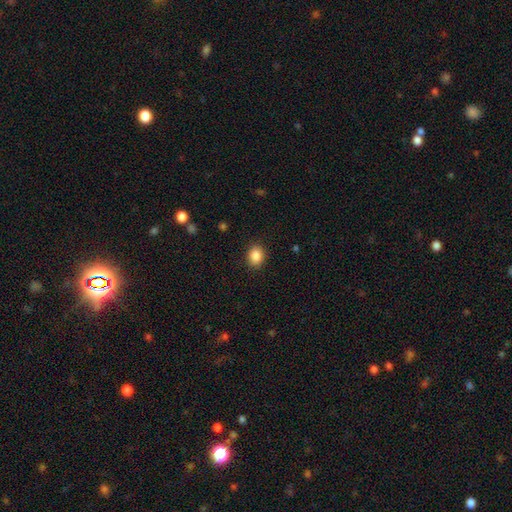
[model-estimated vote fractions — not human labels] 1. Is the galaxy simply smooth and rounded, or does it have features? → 88% smooth, 9% star or artifact, 3% featured or disk.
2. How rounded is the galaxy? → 50% round, 49% in between, 1% cigar-shaped.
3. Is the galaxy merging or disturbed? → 89% none, 7% minor disturbance, 2% major disturbance, 1% merger.